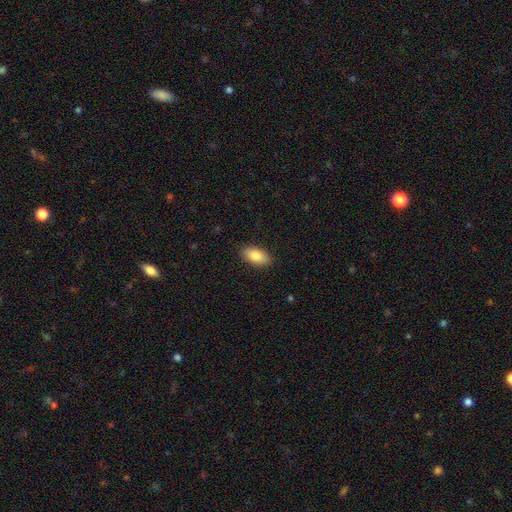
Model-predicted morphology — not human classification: The model was most divided on "smooth or featured": smooth: 83%, featured or disk: 11%, star or artifact: 7%. More confident: how rounded — in between (91%); merging — none (89%).